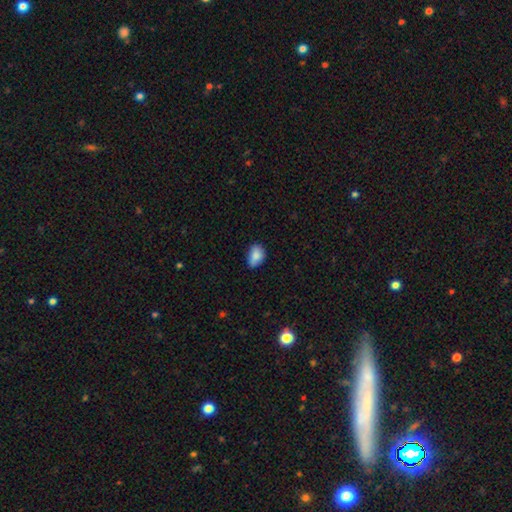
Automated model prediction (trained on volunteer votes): This is clearly a smooth galaxy (84%). How rounded: likely in between (79%). Merging: likely none (60%).